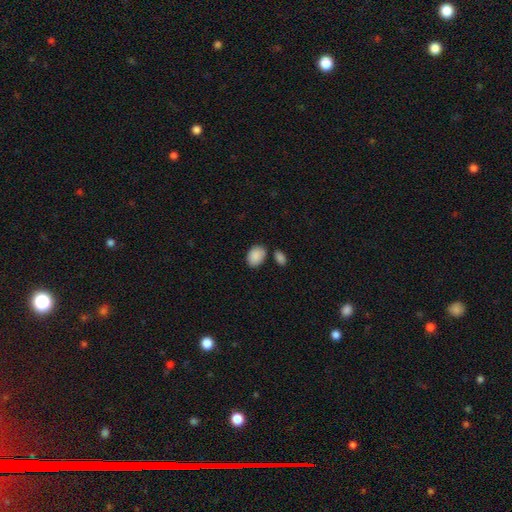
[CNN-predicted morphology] smooth 89%, star or artifact 7%, featured or disk 4%. Down the decision tree: how rounded — in between (84%); merging — none (69%).